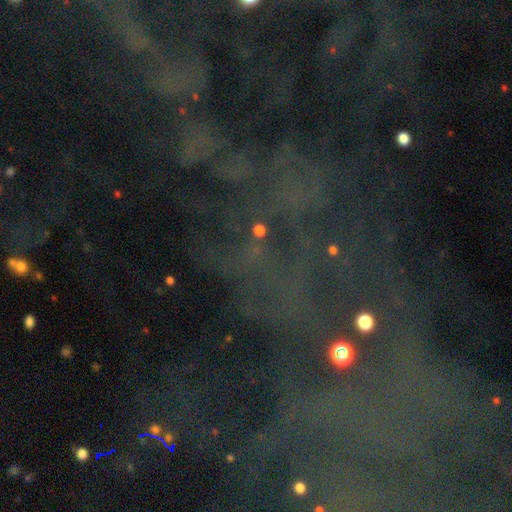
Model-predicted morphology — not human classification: Smooth or featured: star or artifact — 73% (featured or disk — 15%)